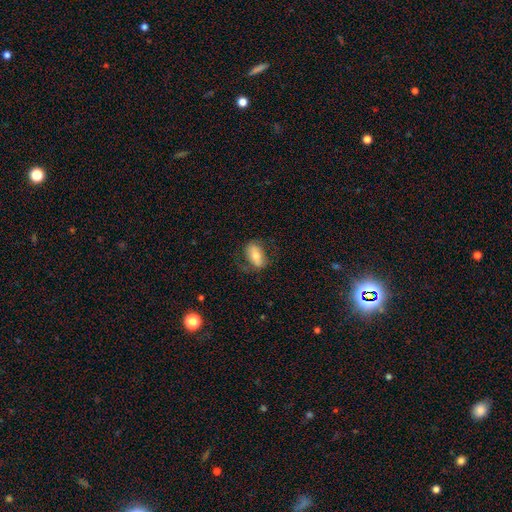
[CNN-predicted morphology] Q: Smooth or featured?
A: smooth (62%); runner-up: featured or disk (30%)
Q: How rounded?
A: in between (89%); runner-up: round (7%)
Q: Merging?
A: none (66%); runner-up: minor disturbance (21%)